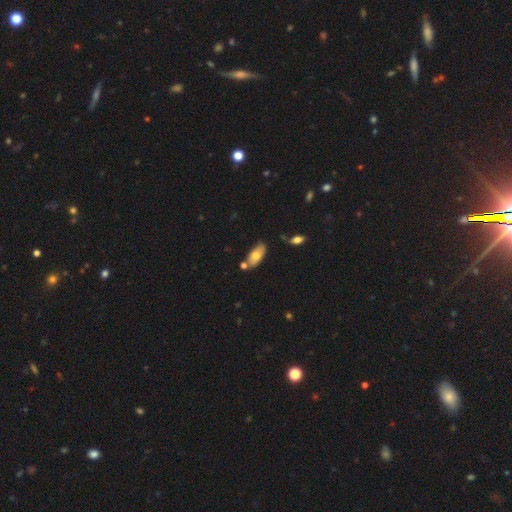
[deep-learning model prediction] The model was most divided on "merging": none: 67%, minor disturbance: 17%, merger: 13%, major disturbance: 4%. More confident: how rounded — in between (88%); smooth or featured — smooth (72%).